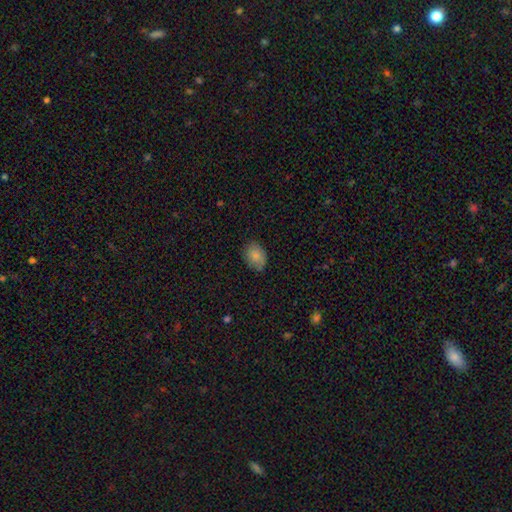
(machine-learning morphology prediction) The model was most divided on "how rounded": in between: 77%, round: 22%, cigar-shaped: 1%. More confident: smooth or featured — smooth (83%); merging — none (76%).